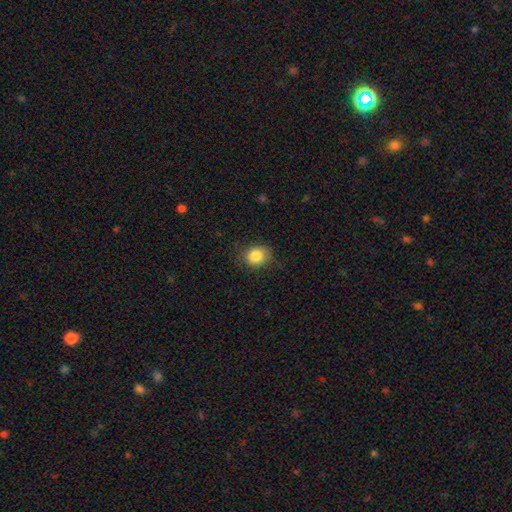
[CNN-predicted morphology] smooth-or-featured: smooth: 85% | star or artifact: 10% | featured or disk: 6%
  how-rounded: round: 70% | in between: 29% | cigar-shaped: 1%
  merging: none: 81% | minor disturbance: 14% | major disturbance: 4% | merger: 1%